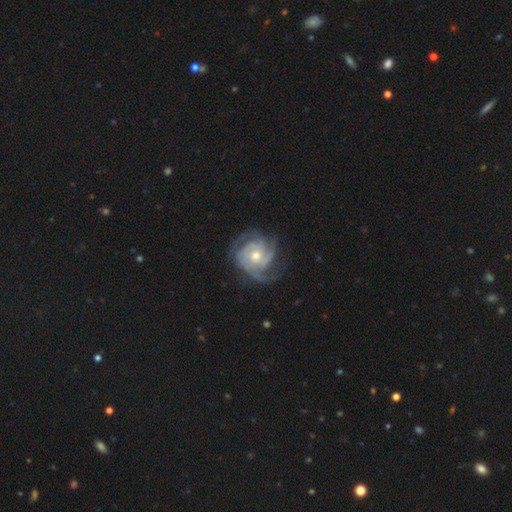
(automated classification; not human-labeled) A featured or disk galaxy (87%) with no bar (75%), 3 (45%) tight (56%) spiral arms (97%) and a moderate central bulge (57%). Merging: none (67%).